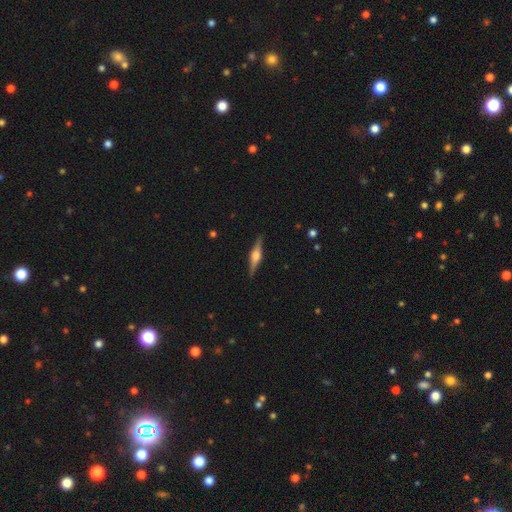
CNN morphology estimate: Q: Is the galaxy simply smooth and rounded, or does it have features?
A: featured or disk — 76%.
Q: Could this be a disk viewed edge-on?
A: yes — 98%.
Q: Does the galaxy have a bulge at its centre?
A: rounded — 88%.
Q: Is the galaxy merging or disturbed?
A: none — 90%.